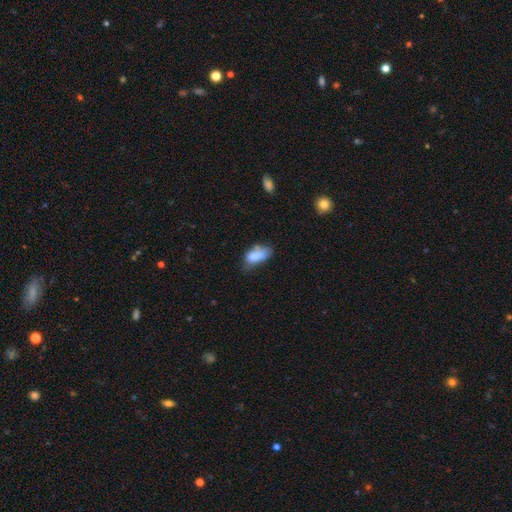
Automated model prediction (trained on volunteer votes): Morphology: type=smooth (79%); roundness=in between (90%); merging=minor disturbance (38%).